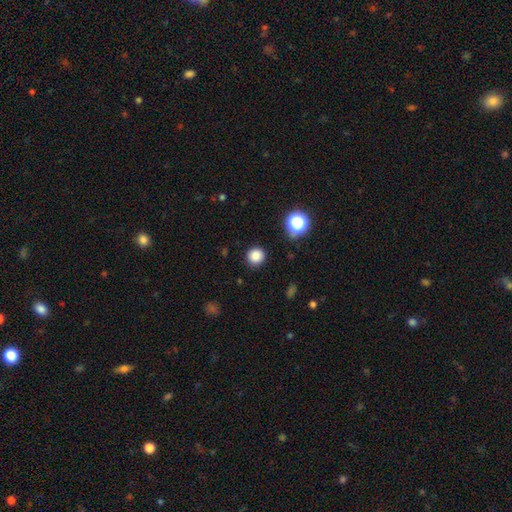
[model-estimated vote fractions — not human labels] Smooth or featured? smooth (83%)
How rounded? round (93%)
Merging? none (89%)